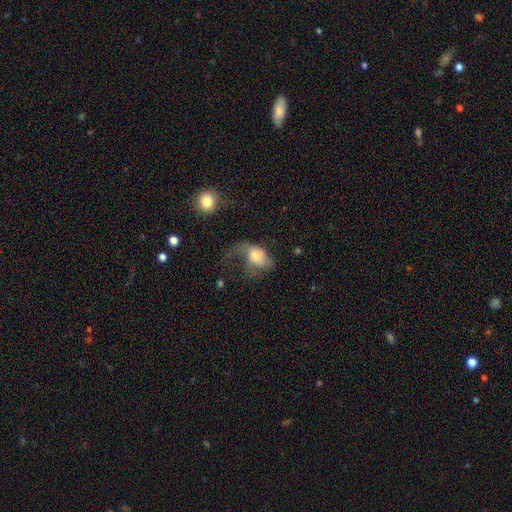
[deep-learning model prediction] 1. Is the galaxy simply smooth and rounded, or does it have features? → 56% smooth, 35% featured or disk, 9% star or artifact.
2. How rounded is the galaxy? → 75% in between, 23% round, 3% cigar-shaped.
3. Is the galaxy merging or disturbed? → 62% major disturbance, 17% minor disturbance, 17% none, 4% merger.